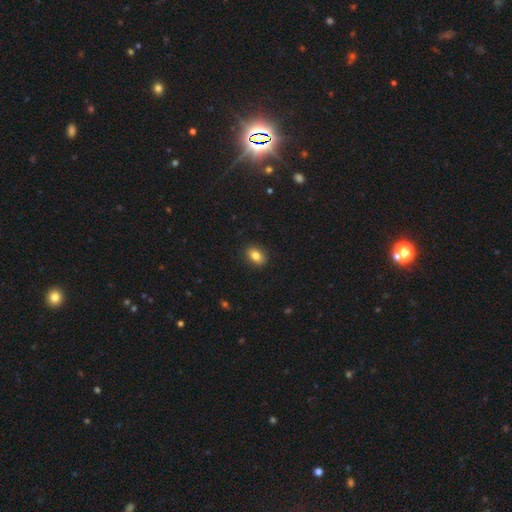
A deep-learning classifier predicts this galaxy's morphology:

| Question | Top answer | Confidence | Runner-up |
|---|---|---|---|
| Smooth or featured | smooth | 82% | star or artifact (9%) |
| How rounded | in between | 76% | round (22%) |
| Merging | none | 89% | minor disturbance (8%) |